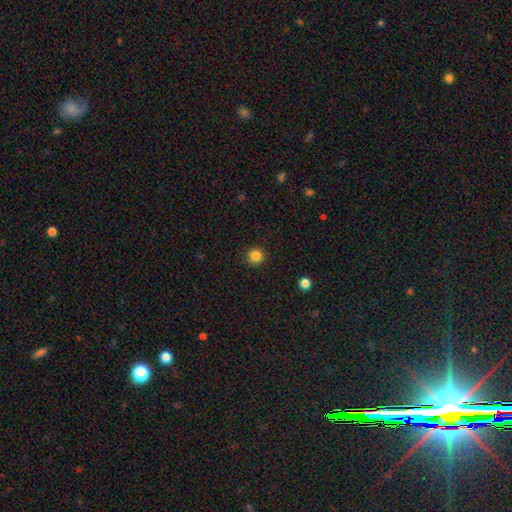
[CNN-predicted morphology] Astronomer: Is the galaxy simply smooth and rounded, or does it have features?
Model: smooth — 84%.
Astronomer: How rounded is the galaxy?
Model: round — 95%.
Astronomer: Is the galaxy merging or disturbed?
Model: none — 91%.